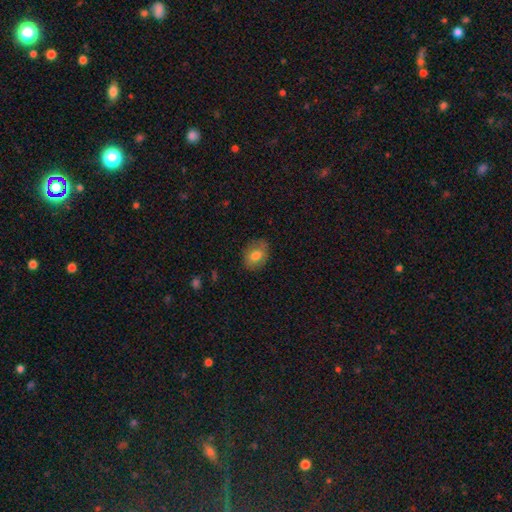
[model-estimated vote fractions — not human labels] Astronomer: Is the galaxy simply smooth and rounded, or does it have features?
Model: smooth — 74%.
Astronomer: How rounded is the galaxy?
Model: in between — 63%.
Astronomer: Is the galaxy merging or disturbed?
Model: none — 80%.